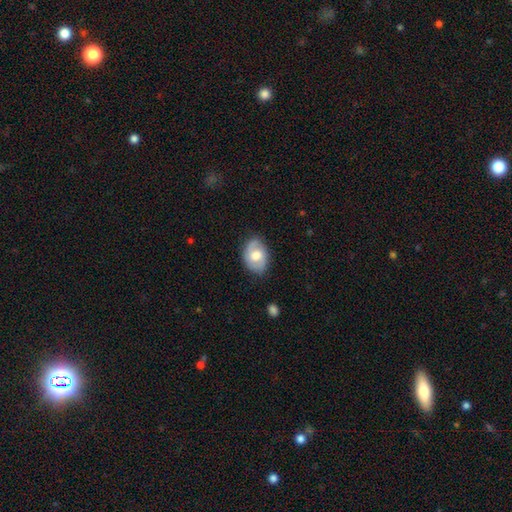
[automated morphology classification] featured or disk 50%, smooth 43%, star or artifact 6%. Down the decision tree: edge-on disk — no (95%); merging — none (74%).